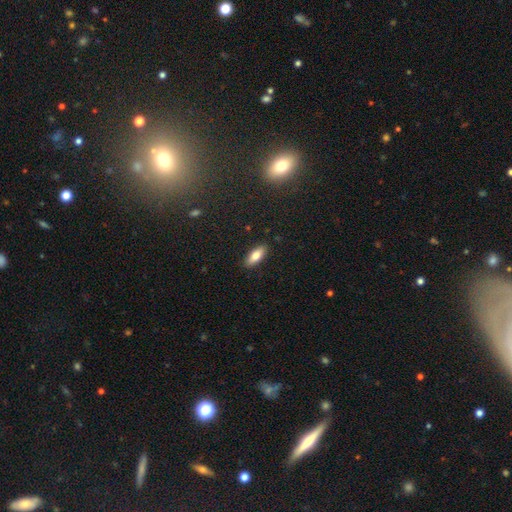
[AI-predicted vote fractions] Smooth or featured?
  - smooth: 79% *
  - featured or disk: 14%
  - star or artifact: 7%
How rounded?
  - in between: 76% *
  - cigar-shaped: 22%
  - round: 2%
Merging?
  - none: 89% *
  - minor disturbance: 9%
  - major disturbance: 2%
  - merger: 1%